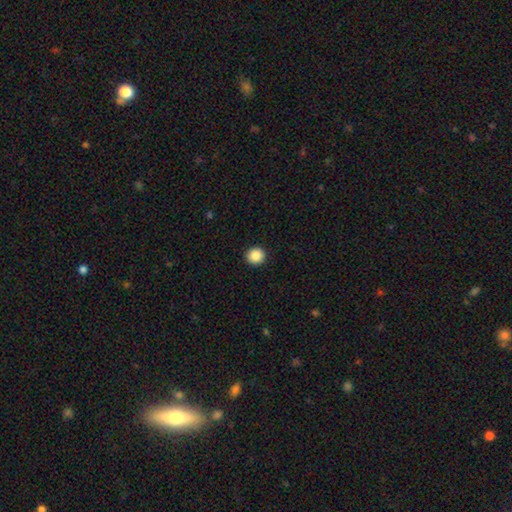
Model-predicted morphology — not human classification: Smooth or featured? smooth (87%)
How rounded? round (93%)
Merging? none (93%)